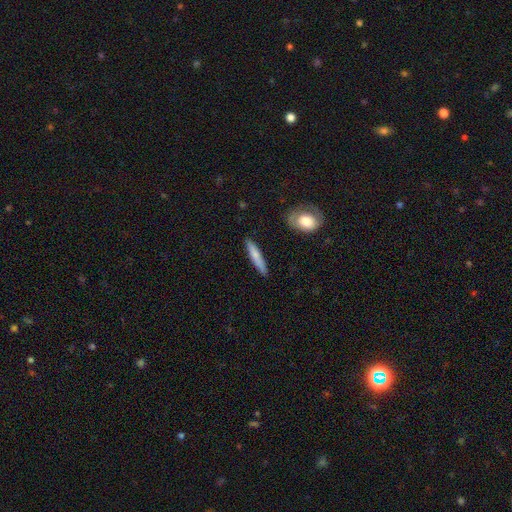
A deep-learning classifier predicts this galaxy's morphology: type=smooth (72%); roundness=cigar-shaped (89%); merging=none (87%).